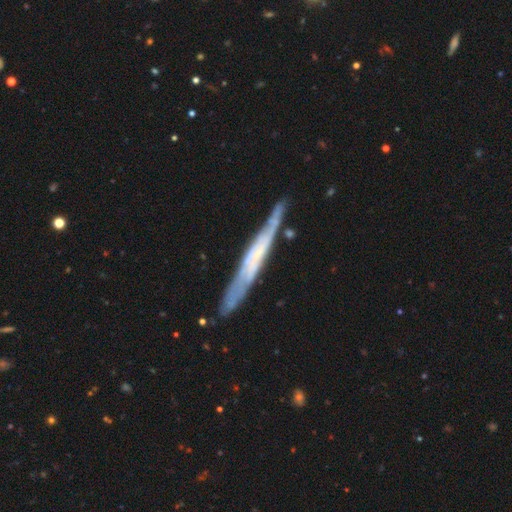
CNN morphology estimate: Q: Smooth or featured?
A: featured or disk (69%); runner-up: smooth (25%)
Q: Edge-on disk?
A: yes (86%); runner-up: no (14%)
Q: Edge-on bulge?
A: none (70%); runner-up: rounded (17%)
Q: Merging?
A: none (81%); runner-up: minor disturbance (13%)